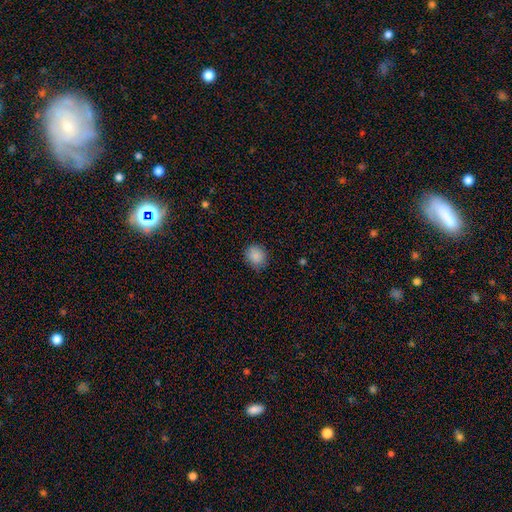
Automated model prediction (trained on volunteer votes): Smooth or featured: smooth — 88% (star or artifact — 9%)
How rounded: round — 74% (in between — 25%)
Merging: none — 84% (minor disturbance — 13%)